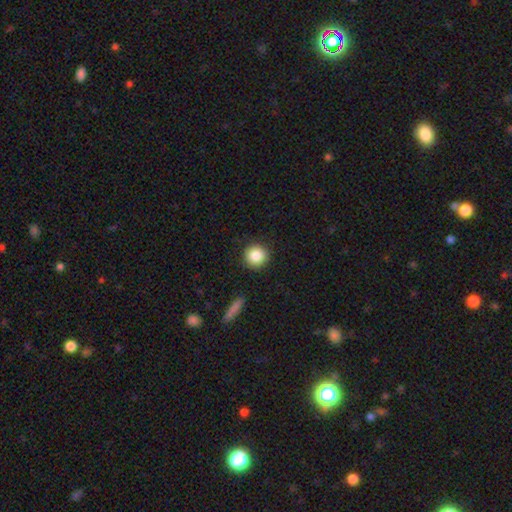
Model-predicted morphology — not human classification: Q: Smooth or featured?
A: smooth (86%); runner-up: star or artifact (9%)
Q: How rounded?
A: round (93%); runner-up: in between (6%)
Q: Merging?
A: none (90%); runner-up: minor disturbance (7%)